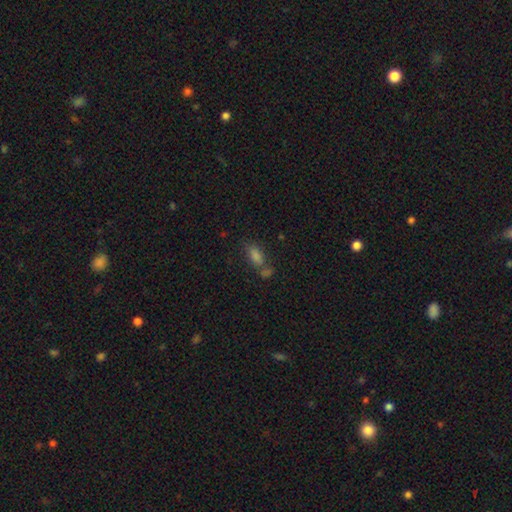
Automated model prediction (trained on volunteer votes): Smooth or featured? smooth (71%)
How rounded? in between (80%)
Merging? none (52%)